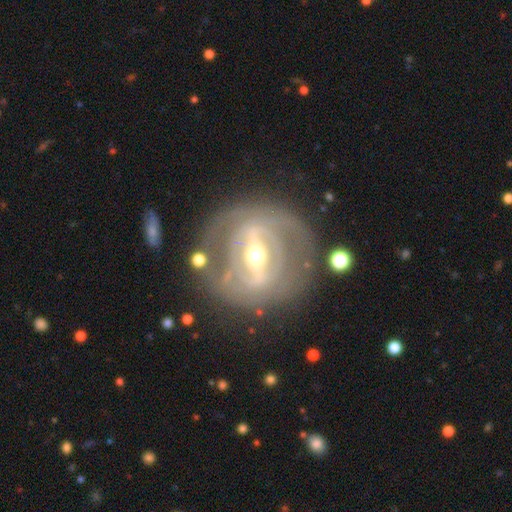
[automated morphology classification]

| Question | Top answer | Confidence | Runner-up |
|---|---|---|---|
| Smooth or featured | featured or disk | 84% | smooth (11%) |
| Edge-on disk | no | 92% | yes (8%) |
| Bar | strong | 65% | weak (25%) |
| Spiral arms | yes | 69% | no (31%) |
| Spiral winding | tight | 64% | medium (26%) |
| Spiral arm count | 2 | 38% | can't tell (37%) |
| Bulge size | moderate | 56% | small (39%) |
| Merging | none | 71% | minor disturbance (16%) |